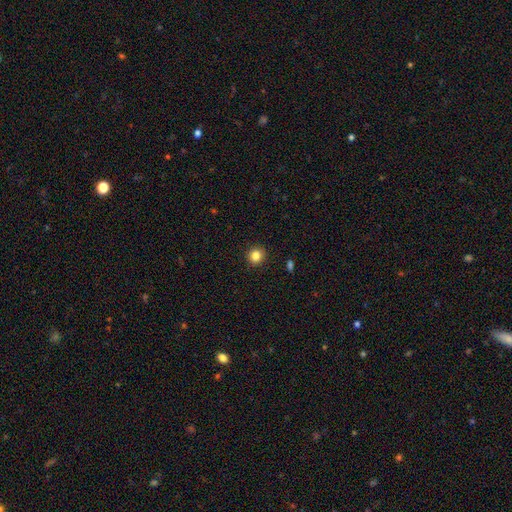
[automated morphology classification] This is clearly a smooth galaxy (83%). How rounded: clearly round (90%). Merging: clearly none (92%).